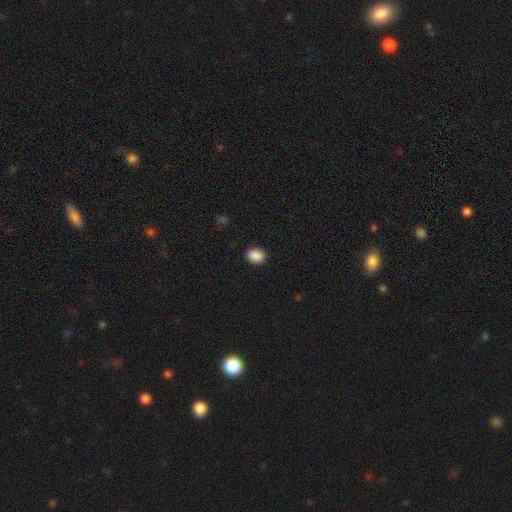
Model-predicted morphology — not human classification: Smooth or featured? Predicted: smooth (p=0.90). How rounded? Predicted: in between (p=0.58). Merging? Predicted: none (p=0.90).